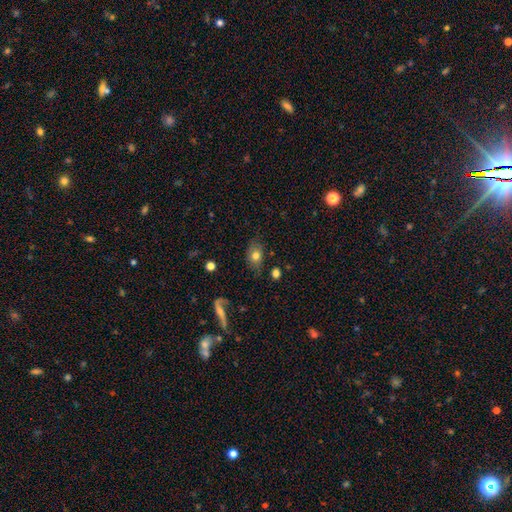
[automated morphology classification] Smooth or featured: smooth — 69% (featured or disk — 21%)
How rounded: in between — 78% (round — 20%)
Merging: none — 72% (minor disturbance — 19%)